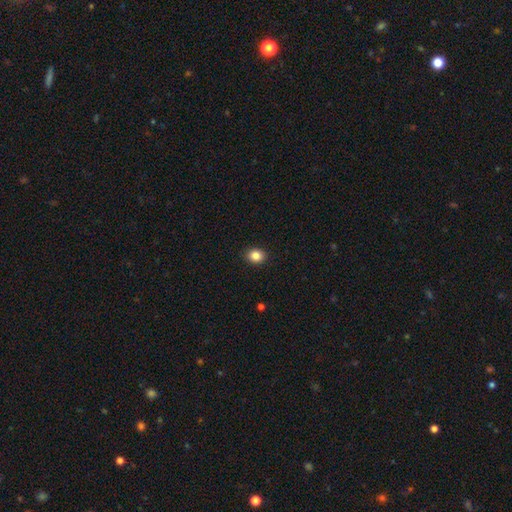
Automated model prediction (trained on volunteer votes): This is clearly a smooth galaxy (85%). How rounded: possibly round (56%). Merging: clearly none (91%).